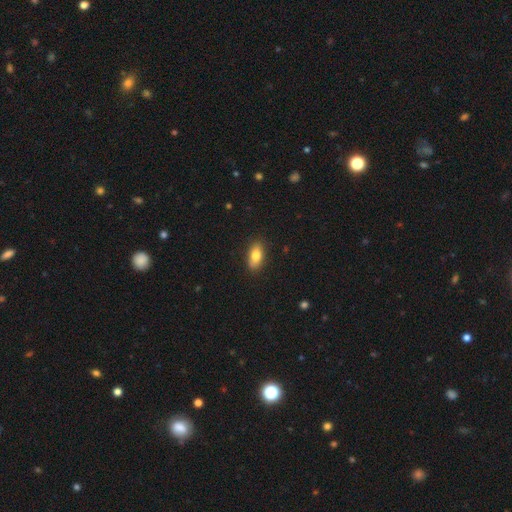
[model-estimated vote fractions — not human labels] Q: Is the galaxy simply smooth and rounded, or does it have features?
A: smooth — 81%.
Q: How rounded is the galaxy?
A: in between — 88%.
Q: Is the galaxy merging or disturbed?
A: none — 85%.